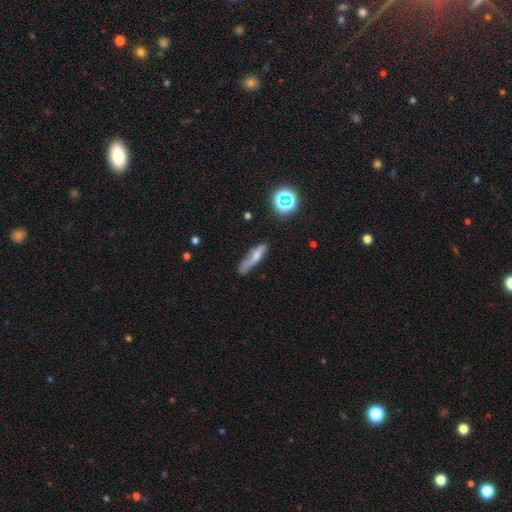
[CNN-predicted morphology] Smooth or featured? Predicted: smooth (p=0.60). How rounded? Predicted: cigar-shaped (p=0.75). Merging? Predicted: none (p=0.48).